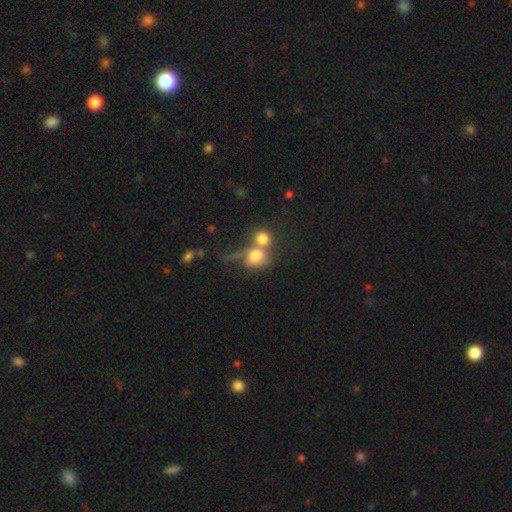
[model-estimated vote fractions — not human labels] Smooth or featured?
  - smooth: 73% *
  - featured or disk: 17%
  - star or artifact: 10%
How rounded?
  - round: 54% *
  - in between: 44%
  - cigar-shaped: 2%
Merging?
  - merger: 61% *
  - none: 21%
  - major disturbance: 10%
  - minor disturbance: 9%